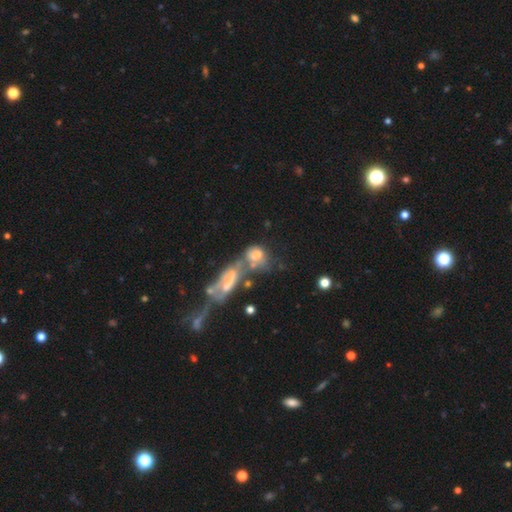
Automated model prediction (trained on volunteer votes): Morphology: type=smooth (45%); merging=merger (57%).